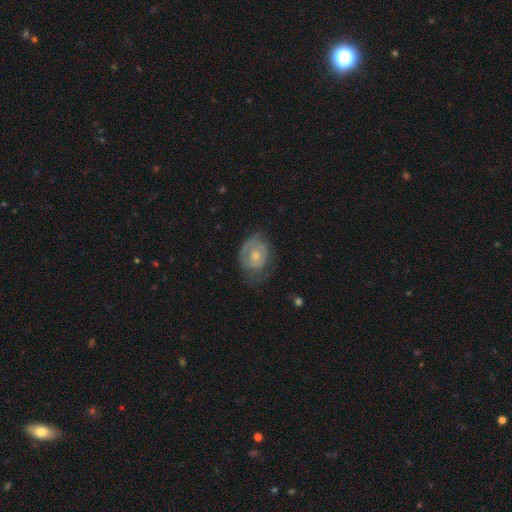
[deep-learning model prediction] The model was most divided on "bulge size": small: 50%, moderate: 43%, none: 3%, large: 3%, dominant: 1%. Remaining: edge-on disk — no (96%); bar — no (82%); spiral arms — yes (59%); smooth or featured — featured or disk (57%); merging — none (50%).